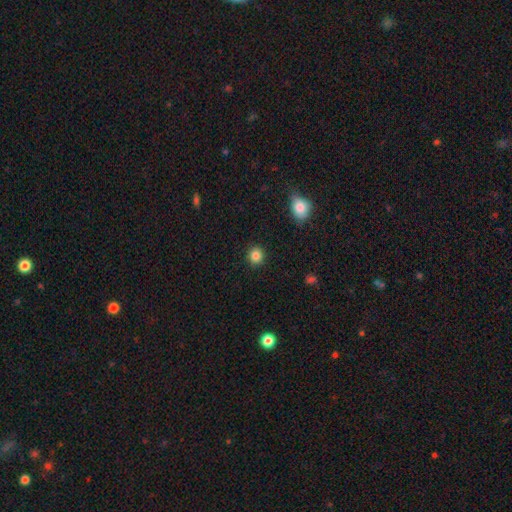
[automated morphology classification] smooth 85%, star or artifact 11%, featured or disk 4%. Down the decision tree: how rounded — round (88%); merging — none (91%).